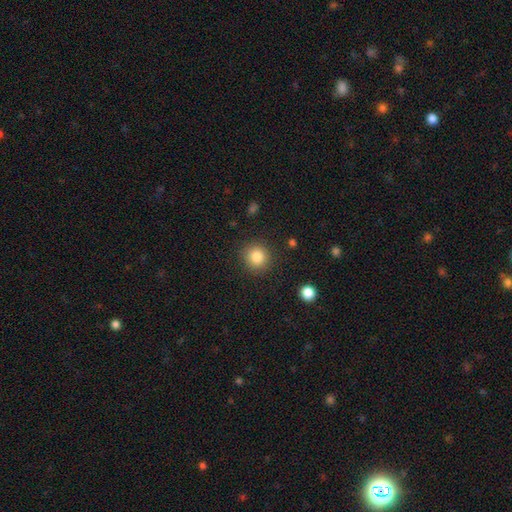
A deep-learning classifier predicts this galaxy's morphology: Smooth or featured: smooth — 84% (star or artifact — 11%)
How rounded: round — 92% (in between — 7%)
Merging: none — 89% (minor disturbance — 7%)